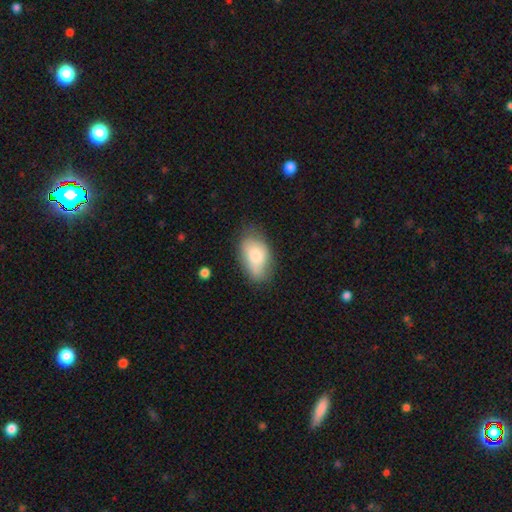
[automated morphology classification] The model was most divided on "merging": none: 65%, minor disturbance: 26%, major disturbance: 7%, merger: 2%. More confident: how rounded — in between (92%); smooth or featured — smooth (77%).